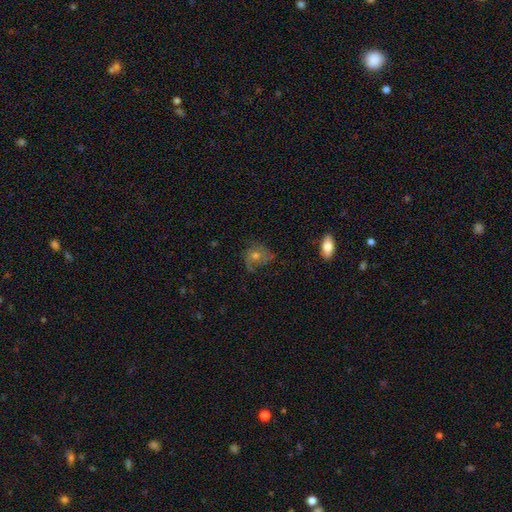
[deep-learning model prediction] Smooth or featured?
  - smooth: 45% *
  - featured or disk: 40%
  - star or artifact: 15%
Merging?
  - none: 49% *
  - minor disturbance: 27%
  - major disturbance: 22%
  - merger: 2%